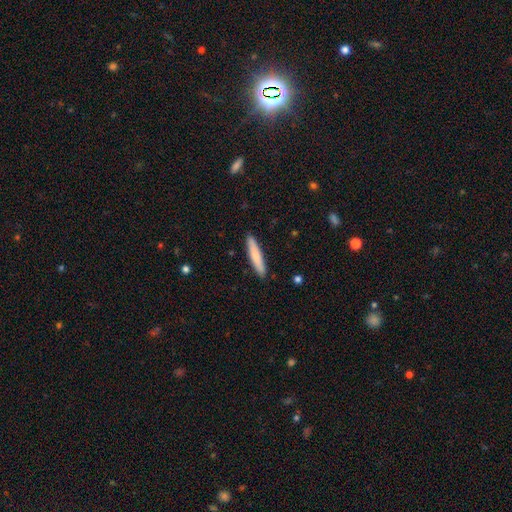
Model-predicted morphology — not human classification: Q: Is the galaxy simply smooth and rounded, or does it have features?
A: smooth — 76%.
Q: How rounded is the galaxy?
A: cigar-shaped — 91%.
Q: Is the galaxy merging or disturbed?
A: none — 90%.